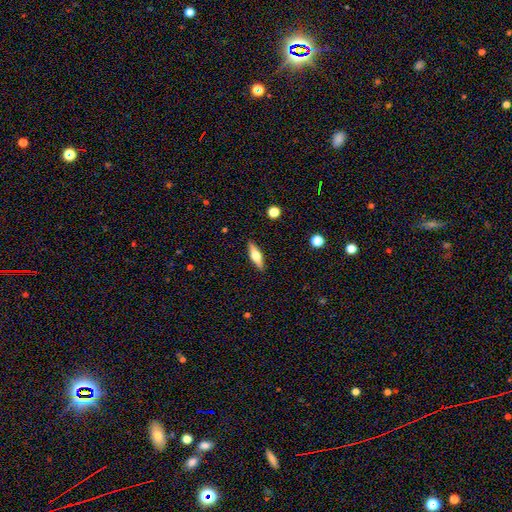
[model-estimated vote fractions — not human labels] featured or disk 50%, smooth 44%, star or artifact 6%. Down the decision tree: merging — none (89%).